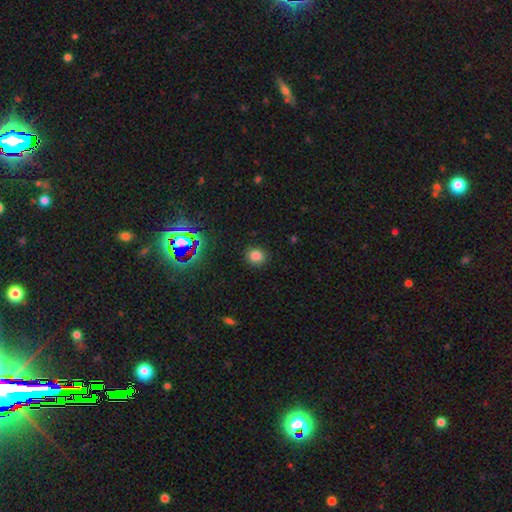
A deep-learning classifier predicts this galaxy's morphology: Overall: smooth (79%). How rounded: round (78%). Merging: none (88%).